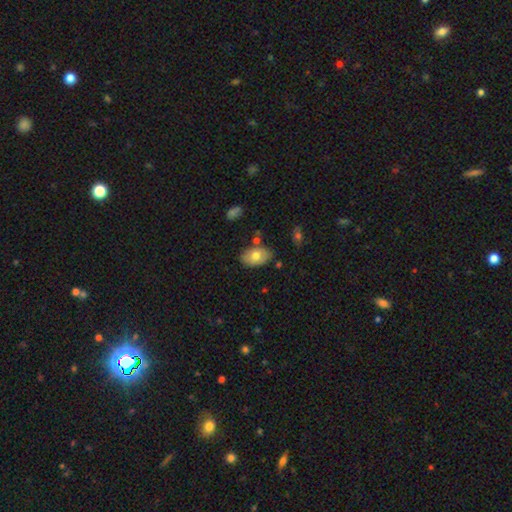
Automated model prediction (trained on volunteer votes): Overall: smooth (72%). How rounded: in between (90%). Merging: none (76%).